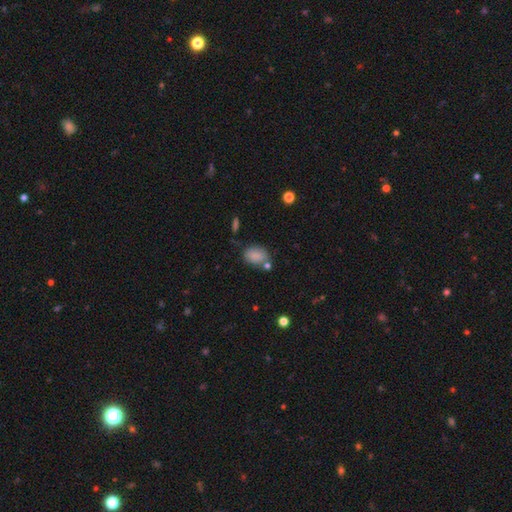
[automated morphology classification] A smooth galaxy with no disk features (84%) that is in between round and cigar-shaped (76%).

Vote fractions:
- Smooth or featured? smooth: 84% / star or artifact: 9% / featured or disk: 6%
- How rounded? in between: 76% / round: 22% / cigar-shaped: 1%
- Merging? none: 62% / minor disturbance: 19% / merger: 13% / major disturbance: 6%